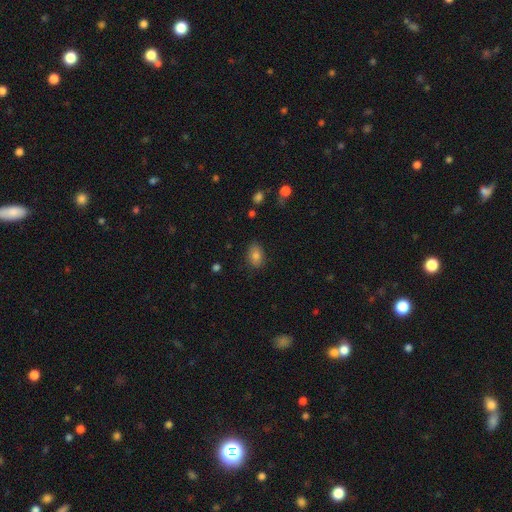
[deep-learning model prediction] A smooth galaxy with no disk features (79%) that is in between round and cigar-shaped (82%). Merging: none (83%).